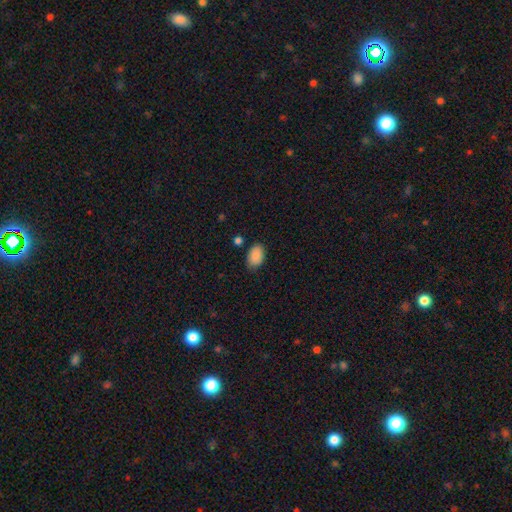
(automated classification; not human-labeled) smooth_or_featured: smooth (p=0.89) [alt: star or artifact p=0.07]
how_rounded: in between (p=0.89) [alt: round p=0.10]
merging: none (p=0.81) [alt: minor disturbance p=0.13]